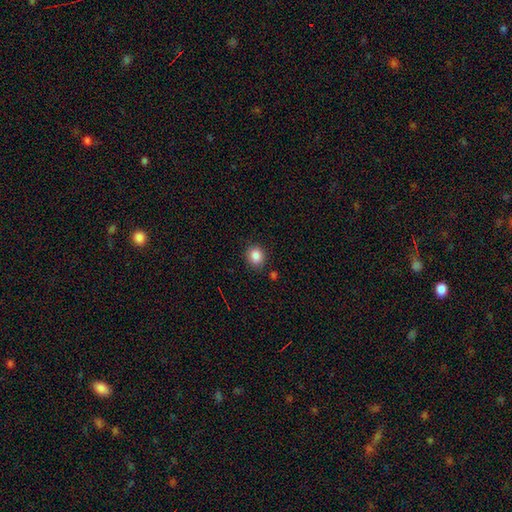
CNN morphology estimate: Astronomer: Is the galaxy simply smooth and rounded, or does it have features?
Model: smooth — 86%.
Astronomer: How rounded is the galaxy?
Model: round — 75%.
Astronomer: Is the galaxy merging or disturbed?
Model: none — 85%.